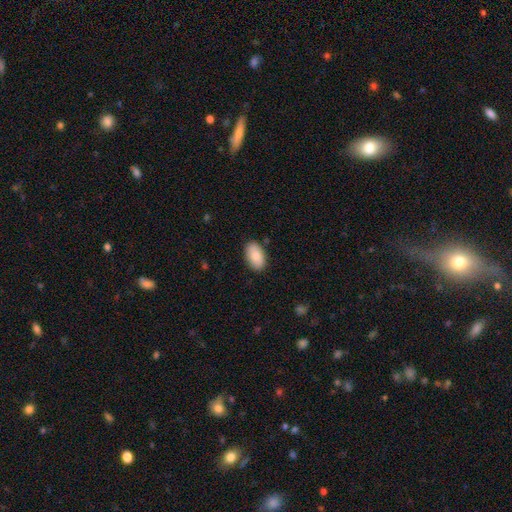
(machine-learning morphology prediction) smooth-or-featured: smooth: 84% | featured or disk: 10% | star or artifact: 6%
  how-rounded: in between: 94% | round: 4% | cigar-shaped: 1%
  merging: none: 86% | minor disturbance: 11% | major disturbance: 2% | merger: 1%